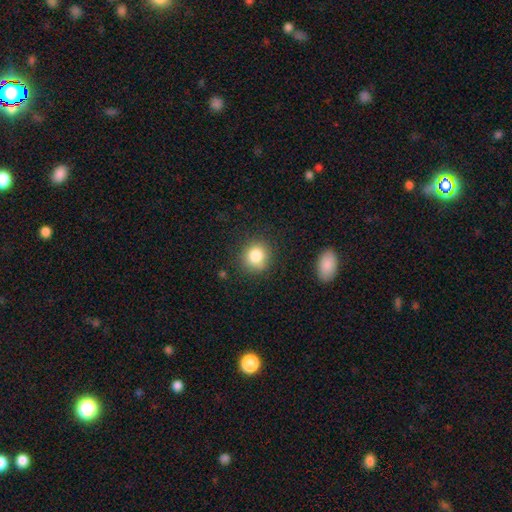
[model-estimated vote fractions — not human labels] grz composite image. It shows a smooth galaxy with no disk features (84%) that is round (86%). Merging: none (85%).